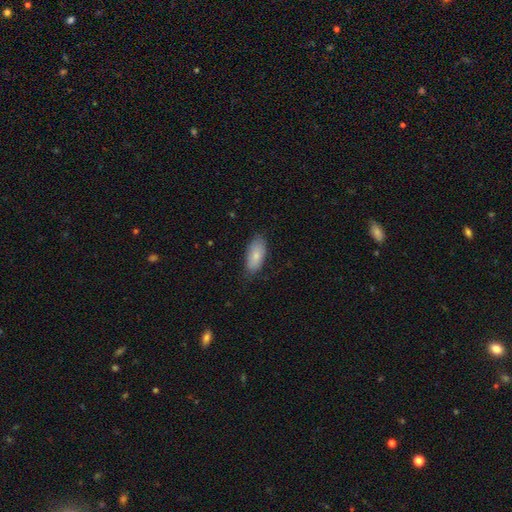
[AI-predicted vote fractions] Morphology: type=smooth (81%); roundness=in between (88%); merging=none (77%).